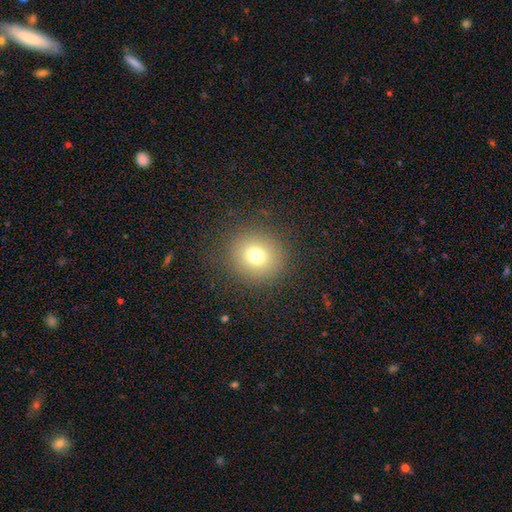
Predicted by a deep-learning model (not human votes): smooth 75%, star or artifact 15%, featured or disk 11%. Down the decision tree: how rounded — round (89%); merging — none (87%).